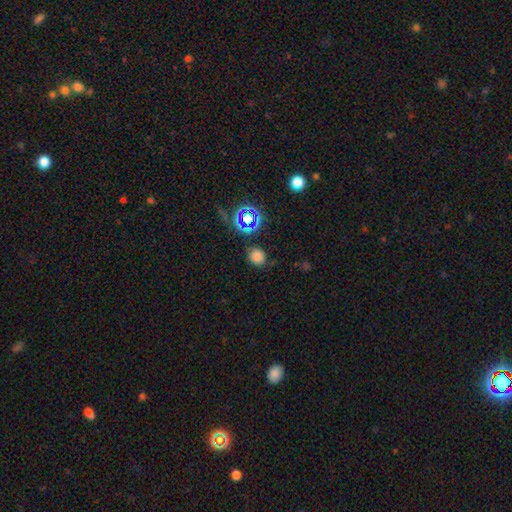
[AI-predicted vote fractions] Smooth or featured: smooth — 72% (star or artifact — 21%)
How rounded: round — 84% (in between — 15%)
Merging: none — 79% (minor disturbance — 14%)